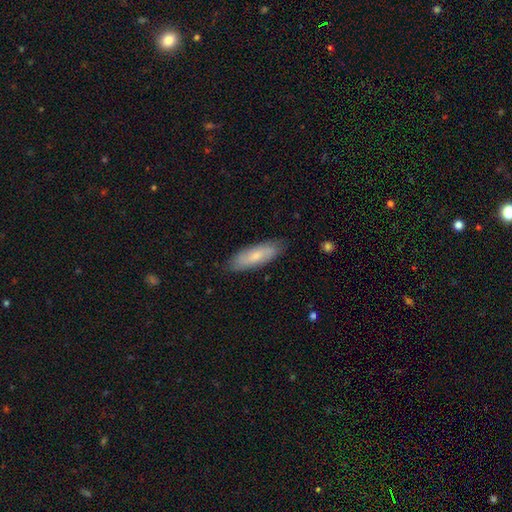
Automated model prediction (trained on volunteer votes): The model was most divided on "how rounded": in between: 54%, cigar-shaped: 44%, round: 2%. More confident: merging — none (83%); smooth or featured — smooth (65%).